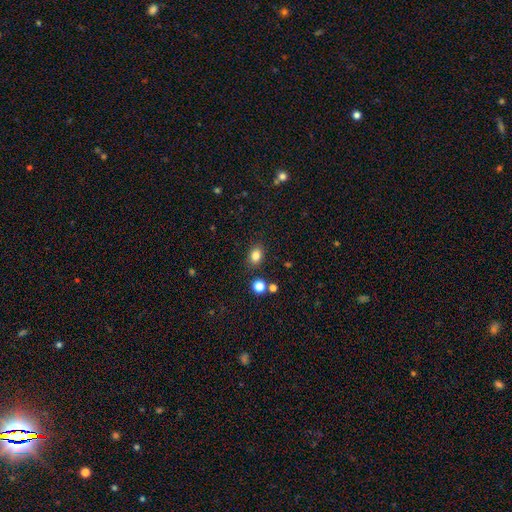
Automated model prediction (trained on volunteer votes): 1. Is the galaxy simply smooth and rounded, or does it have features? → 83% smooth, 12% star or artifact, 6% featured or disk.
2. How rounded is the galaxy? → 59% in between, 40% round, 1% cigar-shaped.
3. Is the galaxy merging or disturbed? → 84% none, 10% minor disturbance, 4% merger, 3% major disturbance.